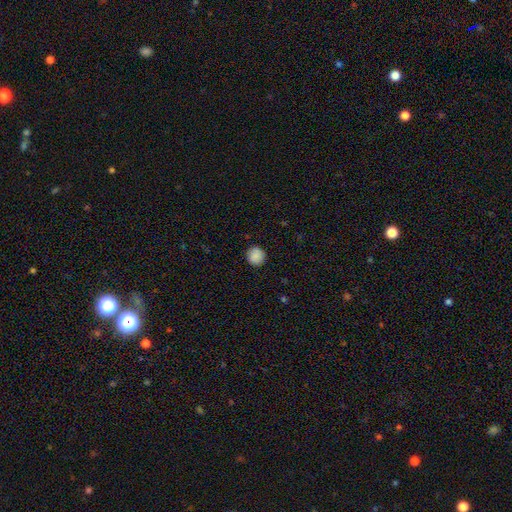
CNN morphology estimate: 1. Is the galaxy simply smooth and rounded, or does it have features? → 89% smooth, 8% star or artifact, 3% featured or disk.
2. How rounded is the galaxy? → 92% round, 8% in between, 1% cigar-shaped.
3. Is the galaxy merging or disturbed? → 89% none, 8% minor disturbance, 2% major disturbance, 1% merger.